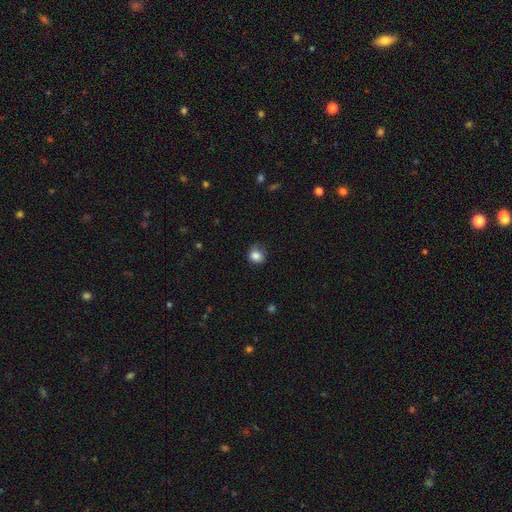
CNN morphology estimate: Smooth or featured? Predicted: smooth (p=0.84). How rounded? Predicted: round (p=0.73). Merging? Predicted: none (p=0.67).